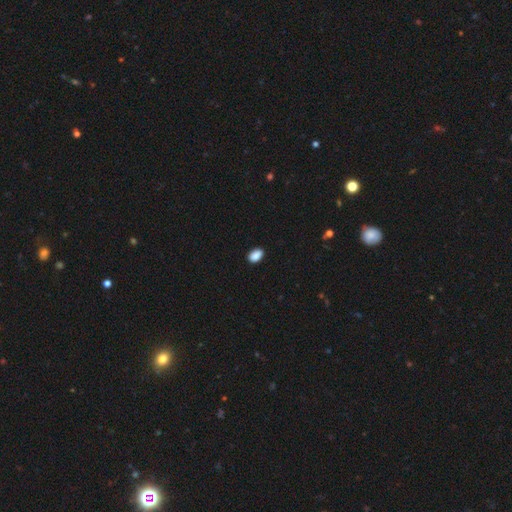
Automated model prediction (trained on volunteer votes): Morphology: type=smooth (89%); roundness=in between (88%); merging=none (88%).